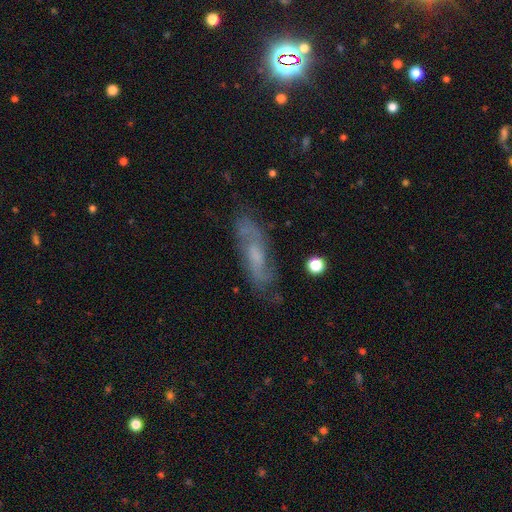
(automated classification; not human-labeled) Smooth or featured? featured or disk (63%)
Edge-on disk? no (76%)
Merging? none (71%)